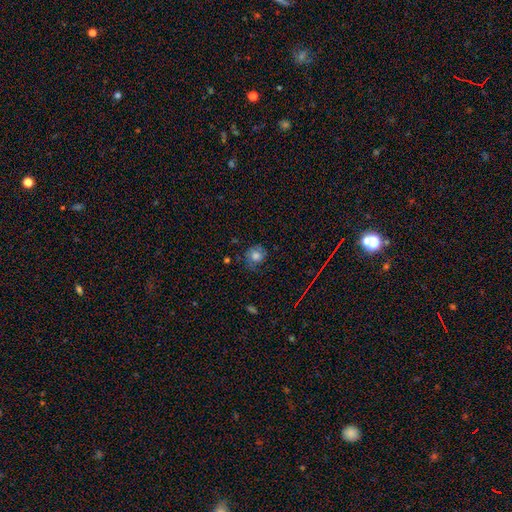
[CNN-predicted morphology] Smooth or featured: smooth — 65% (featured or disk — 23%)
How rounded: round — 79% (in between — 20%)
Merging: none — 63% (minor disturbance — 25%)